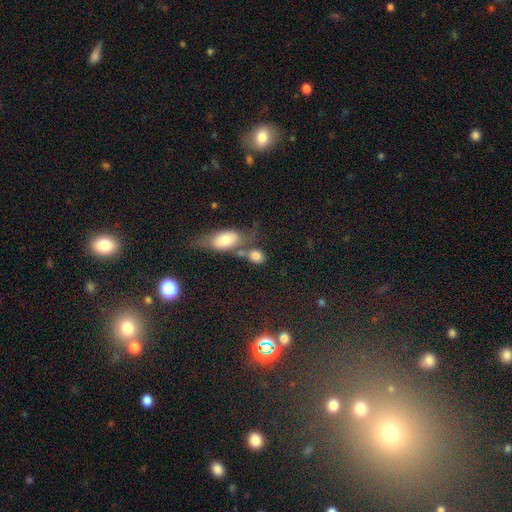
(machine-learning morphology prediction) Smooth or featured? Predicted: smooth (p=0.82). How rounded? Predicted: round (p=0.55). Merging? Predicted: none (p=0.47).